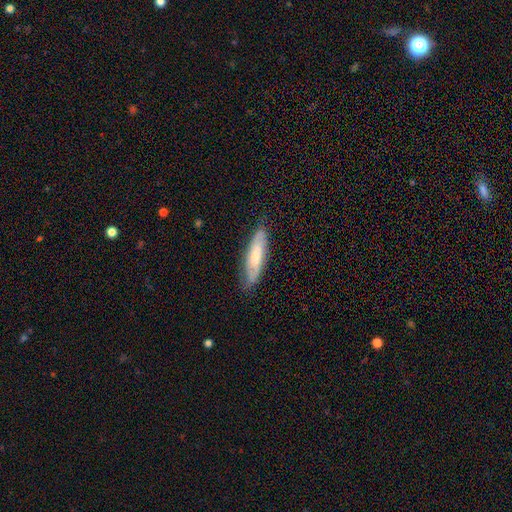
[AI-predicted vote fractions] Smooth or featured? Predicted: smooth (p=0.53). How rounded? Predicted: cigar-shaped (p=0.63). Merging? Predicted: none (p=0.77).